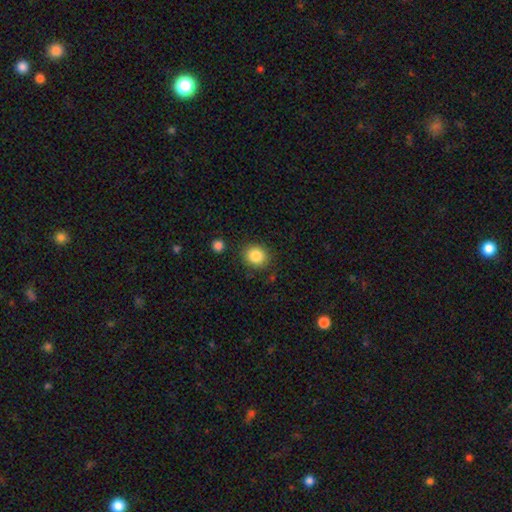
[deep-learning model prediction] smooth-or-featured: smooth: 85% | star or artifact: 9% | featured or disk: 5%
  how-rounded: round: 81% | in between: 18% | cigar-shaped: 1%
  merging: none: 86% | minor disturbance: 9% | major disturbance: 3% | merger: 3%